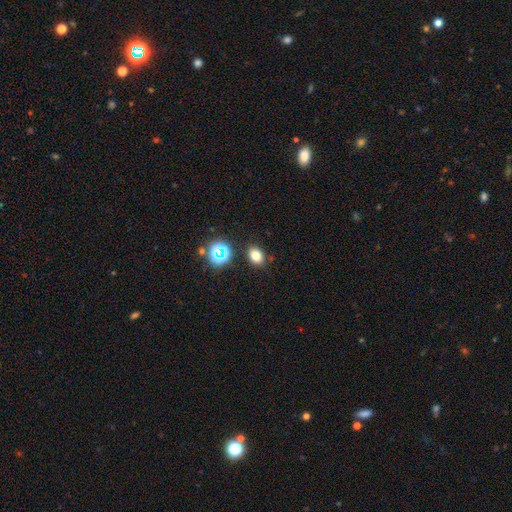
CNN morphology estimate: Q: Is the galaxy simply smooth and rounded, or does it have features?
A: smooth — 76%.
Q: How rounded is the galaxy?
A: in between — 62%.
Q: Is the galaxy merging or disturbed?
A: none — 84%.